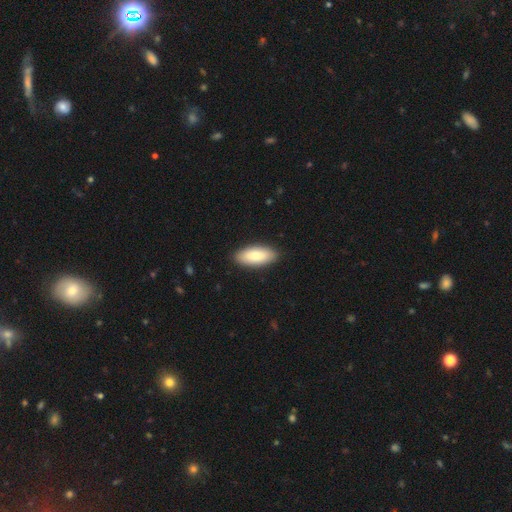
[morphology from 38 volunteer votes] Smooth or featured: smooth — 76% (featured or disk — 18%)
How rounded: in between — 93% (cigar-shaped — 7%)
Merging: none — 86% (major disturbance — 8%)